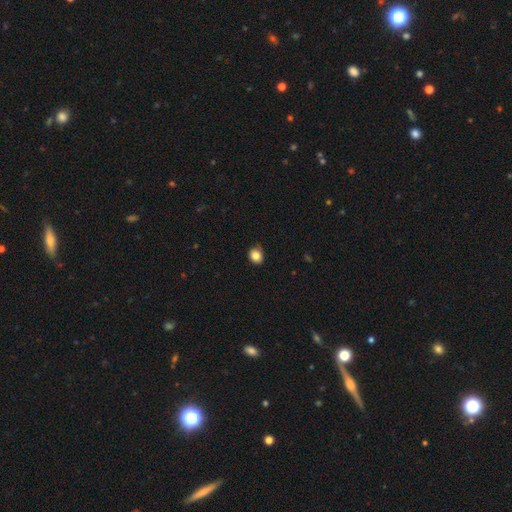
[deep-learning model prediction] Smooth or featured: smooth — 85% (star or artifact — 10%)
How rounded: round — 64% (in between — 35%)
Merging: none — 82% (minor disturbance — 15%)